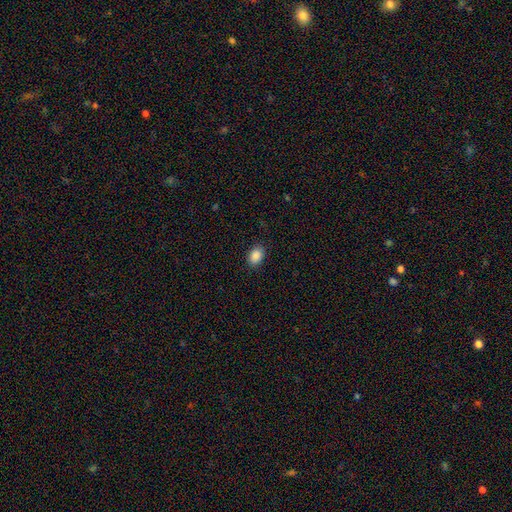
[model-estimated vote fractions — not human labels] Q: Smooth or featured?
A: smooth (89%); runner-up: star or artifact (8%)
Q: How rounded?
A: in between (77%); runner-up: round (22%)
Q: Merging?
A: none (87%); runner-up: minor disturbance (10%)